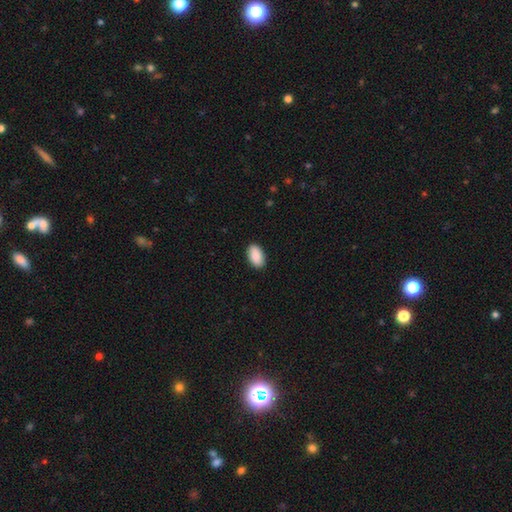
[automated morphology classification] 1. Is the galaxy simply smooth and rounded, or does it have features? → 91% smooth, 6% star or artifact, 3% featured or disk.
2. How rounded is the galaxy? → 95% in between, 4% round, 1% cigar-shaped.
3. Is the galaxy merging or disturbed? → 90% none, 8% minor disturbance, 2% major disturbance, 1% merger.